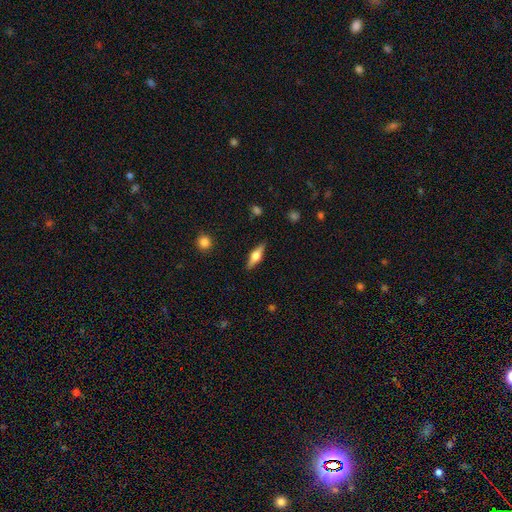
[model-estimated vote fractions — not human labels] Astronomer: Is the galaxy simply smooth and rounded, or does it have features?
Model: featured or disk — 56% (runner-up: smooth, 38%).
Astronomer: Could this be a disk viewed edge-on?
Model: yes — 94%.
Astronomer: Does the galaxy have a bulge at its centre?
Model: rounded — 93%.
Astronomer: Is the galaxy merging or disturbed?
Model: none — 88%.